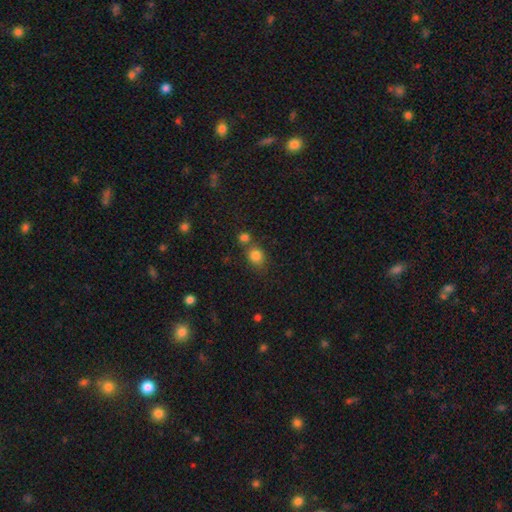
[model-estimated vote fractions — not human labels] Overall: smooth (82%). How rounded: round (64%; in between 35%). Merging: none (56%; merger 28%).